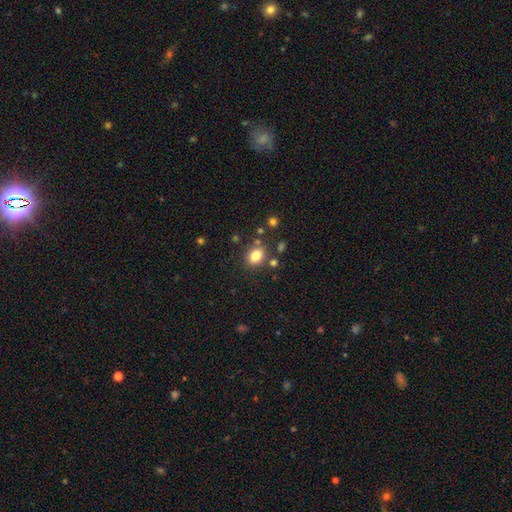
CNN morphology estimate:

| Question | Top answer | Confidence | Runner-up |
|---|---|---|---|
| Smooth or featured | smooth | 82% | star or artifact (11%) |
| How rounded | in between | 64% | round (35%) |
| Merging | none | 77% | minor disturbance (12%) |